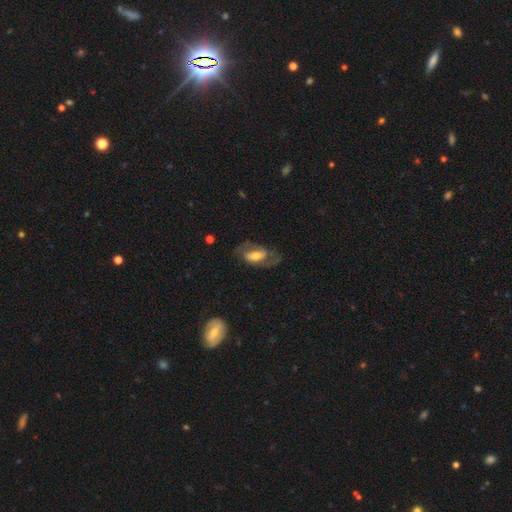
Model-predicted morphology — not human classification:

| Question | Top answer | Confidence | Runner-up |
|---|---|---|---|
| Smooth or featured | featured or disk | 60% | smooth (33%) |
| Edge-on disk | no | 91% | yes (9%) |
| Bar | weak | 37% | no (32%) |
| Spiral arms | yes | 70% | no (30%) |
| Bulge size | moderate | 56% | small (23%) |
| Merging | none | 59% | minor disturbance (20%) |